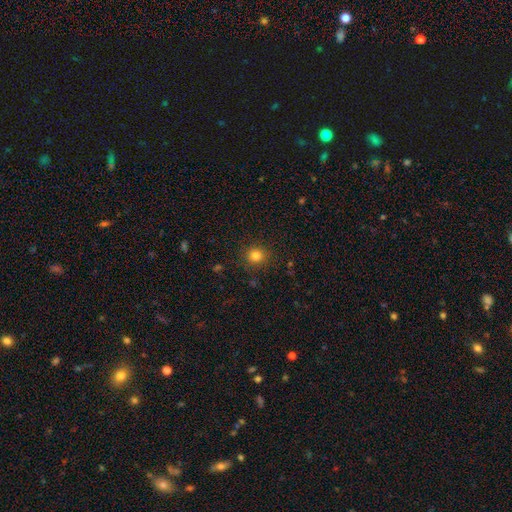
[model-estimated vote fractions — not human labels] Morphology: type=smooth (81%); roundness=round (90%); merging=none (89%).